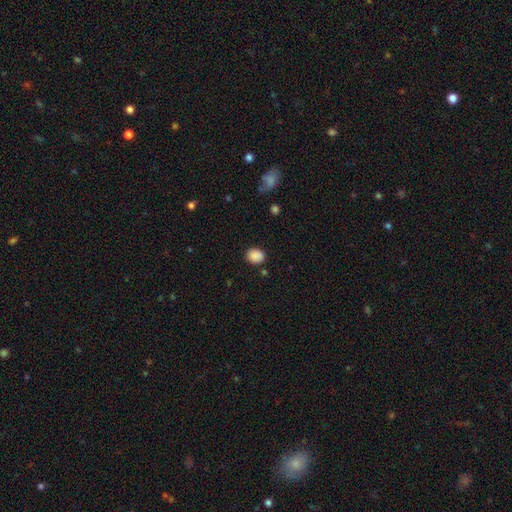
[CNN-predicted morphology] smooth-or-featured: smooth: 88% | star or artifact: 9% | featured or disk: 3%
  how-rounded: in between: 53% | round: 46% | cigar-shaped: 1%
  merging: none: 85% | minor disturbance: 10% | major disturbance: 3% | merger: 2%